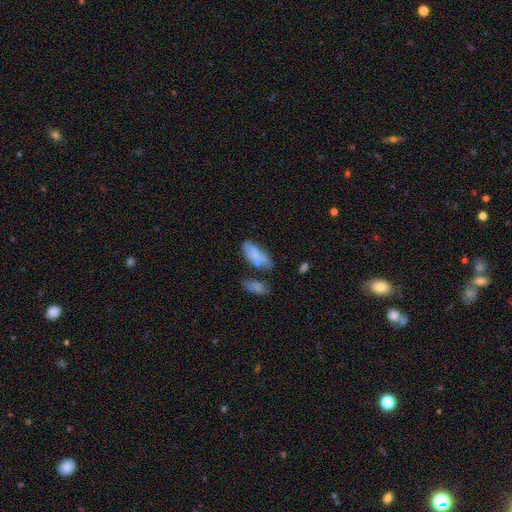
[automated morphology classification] A smooth galaxy with no disk features (62%) that is in between round and cigar-shaped (83%).

Vote fractions:
- Smooth or featured? smooth: 62% / featured or disk: 30% / star or artifact: 8%
- How rounded? in between: 83% / cigar-shaped: 13% / round: 3%
- Merging? none: 37% / merger: 29% / minor disturbance: 22% / major disturbance: 12%